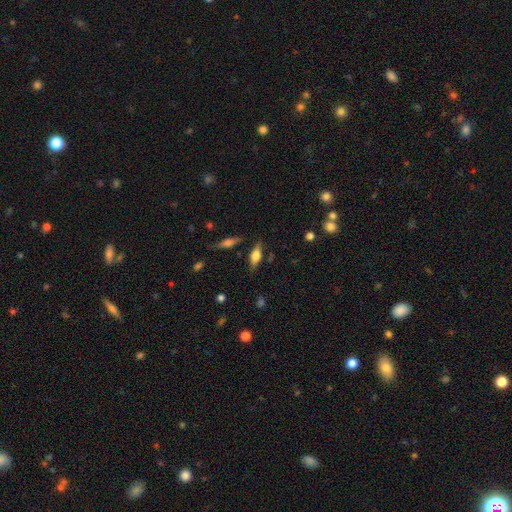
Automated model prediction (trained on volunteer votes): Q: Smooth or featured?
A: smooth (55%); runner-up: featured or disk (37%)
Q: How rounded?
A: in between (71%); runner-up: cigar-shaped (25%)
Q: Merging?
A: none (79%); runner-up: minor disturbance (14%)